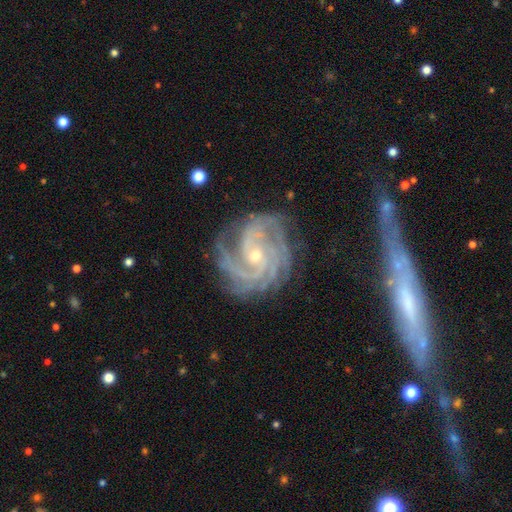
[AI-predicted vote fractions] Q: Smooth or featured?
A: featured or disk (92%); runner-up: star or artifact (5%)
Q: Edge-on disk?
A: no (98%); runner-up: yes (2%)
Q: Bar?
A: no (65%); runner-up: weak (27%)
Q: Spiral arms?
A: yes (98%); runner-up: no (2%)
Q: Spiral winding?
A: tight (68%); runner-up: medium (28%)
Q: Spiral arm count?
A: 3 (29%); runner-up: 4 (23%)
Q: Bulge size?
A: small (63%); runner-up: moderate (34%)
Q: Merging?
A: none (73%); runner-up: minor disturbance (18%)